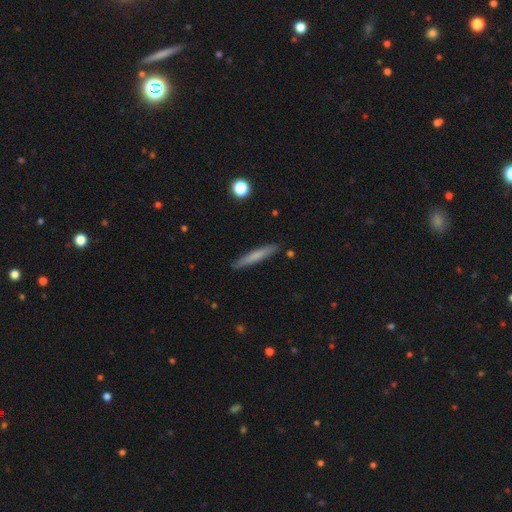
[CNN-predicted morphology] smooth 70%, featured or disk 25%, star or artifact 6%. Down the decision tree: how rounded — cigar-shaped (95%); merging — none (89%).